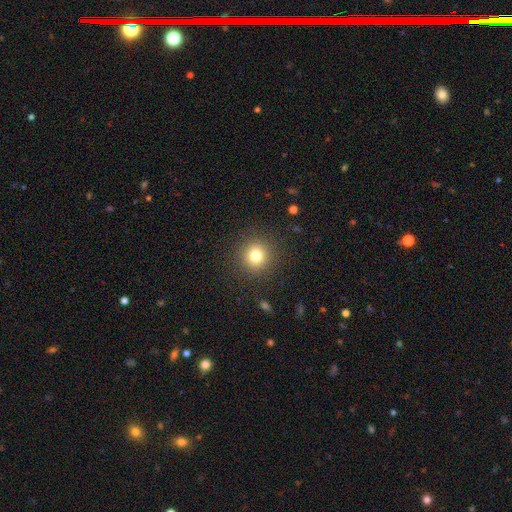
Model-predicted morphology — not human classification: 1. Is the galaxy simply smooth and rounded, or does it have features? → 79% smooth, 13% star or artifact, 8% featured or disk.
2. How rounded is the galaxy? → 93% round, 6% in between, 1% cigar-shaped.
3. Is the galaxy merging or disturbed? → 90% none, 6% minor disturbance, 3% major disturbance, 1% merger.